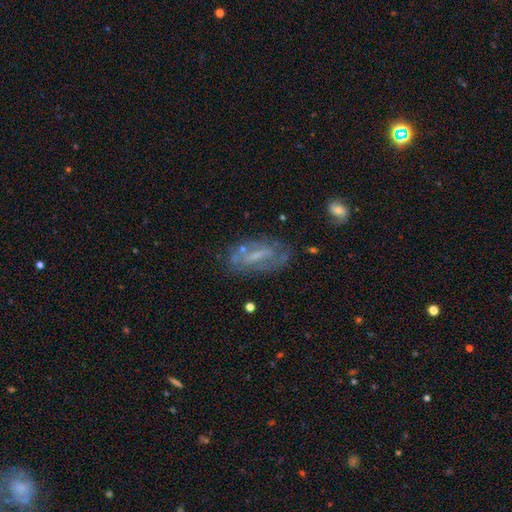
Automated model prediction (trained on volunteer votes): This is likely a featured or disk galaxy (62%). It is clearly not viewed edge-on (85%). Bar: marginally weak (41%). Spiral arm pattern: possibly yes (55%). Central bulge: marginally small (41%). Merging: likely none (63%).